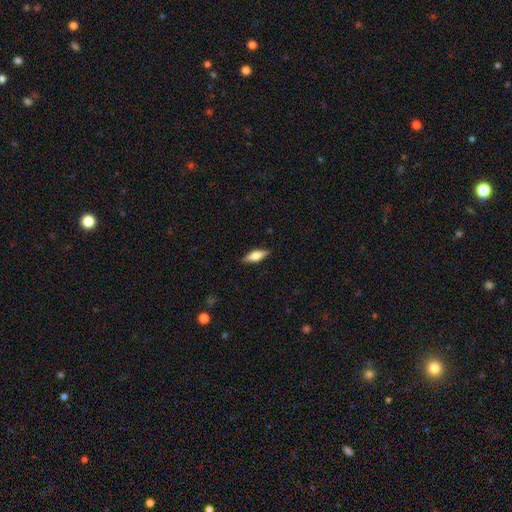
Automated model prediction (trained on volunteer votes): Morphology: type=smooth (55%); roundness=in between (50%); merging=none (87%).